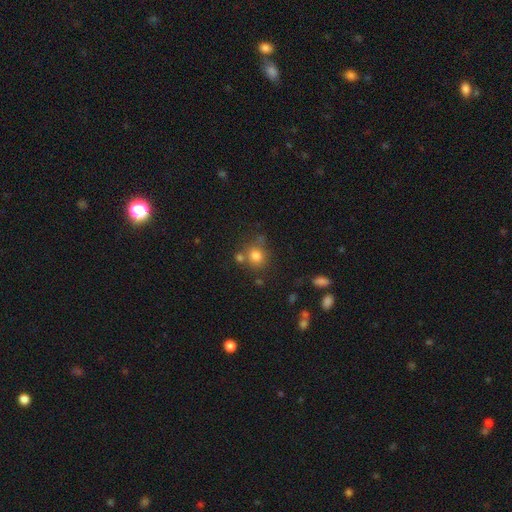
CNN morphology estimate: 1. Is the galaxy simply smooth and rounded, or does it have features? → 78% smooth, 13% star or artifact, 9% featured or disk.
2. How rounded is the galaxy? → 81% round, 18% in between, 1% cigar-shaped.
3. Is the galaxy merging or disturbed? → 65% none, 17% merger, 13% minor disturbance, 5% major disturbance.